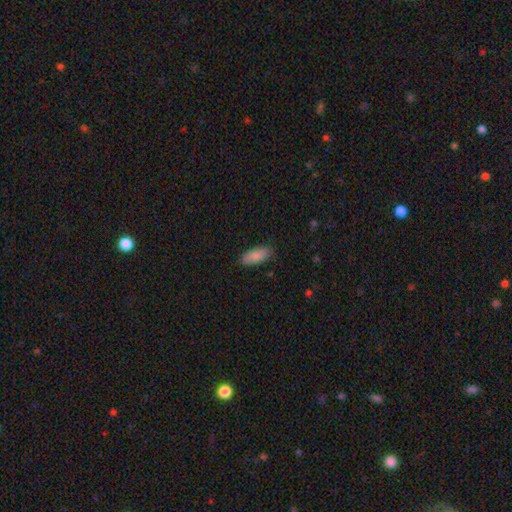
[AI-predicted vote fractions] Smooth or featured? Predicted: smooth (p=0.87). How rounded? Predicted: in between (p=0.83). Merging? Predicted: none (p=0.85).